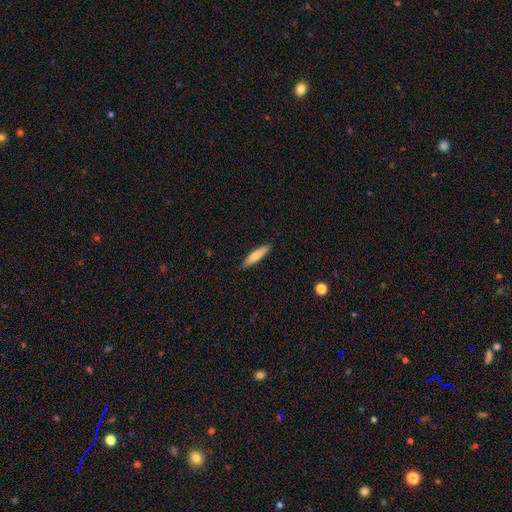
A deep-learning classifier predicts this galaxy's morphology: The model was most divided on "smooth or featured": smooth: 73%, featured or disk: 21%, star or artifact: 6%. More confident: merging — none (87%); how rounded — cigar-shaped (85%).